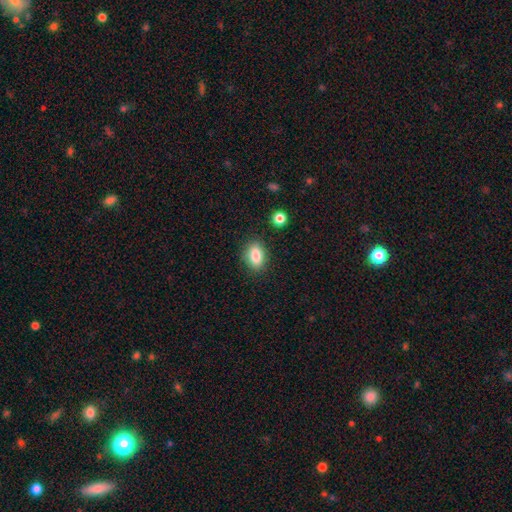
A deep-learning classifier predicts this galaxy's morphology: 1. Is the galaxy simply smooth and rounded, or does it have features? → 84% smooth, 9% star or artifact, 7% featured or disk.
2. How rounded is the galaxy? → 84% in between, 14% round, 2% cigar-shaped.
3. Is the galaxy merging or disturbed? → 84% none, 11% minor disturbance, 3% major disturbance, 2% merger.